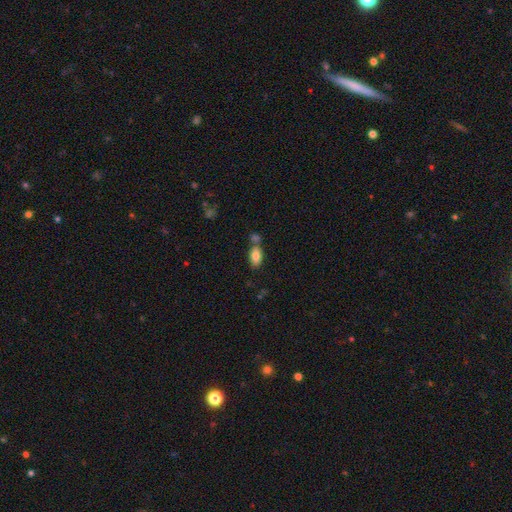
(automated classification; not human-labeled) This is clearly a smooth galaxy (82%). How rounded: clearly in between (91%). Merging: possibly none (56%).